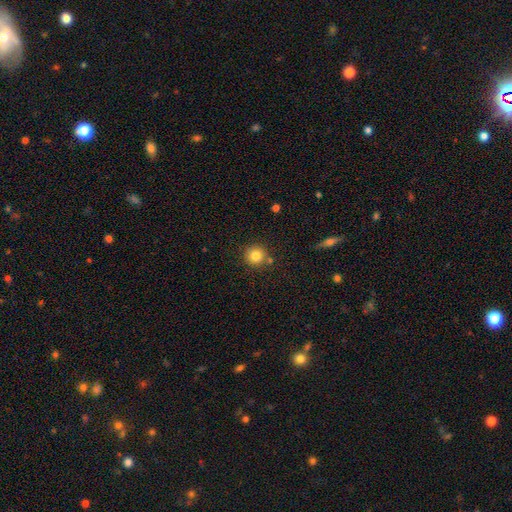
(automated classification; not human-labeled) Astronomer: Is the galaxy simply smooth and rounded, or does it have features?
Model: smooth — 82%.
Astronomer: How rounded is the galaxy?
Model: round — 93%.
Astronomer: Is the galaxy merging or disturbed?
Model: none — 81%.